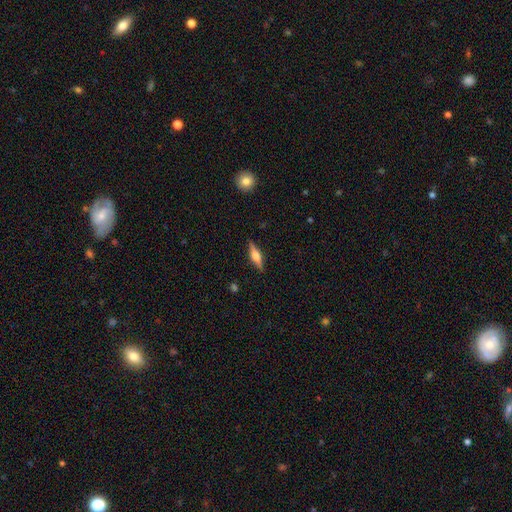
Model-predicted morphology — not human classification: Smooth or featured?
  - featured or disk: 65% *
  - smooth: 29%
  - star or artifact: 6%
Edge-on disk?
  - yes: 96% *
  - no: 4%
Edge-on bulge?
  - rounded: 90% *
  - boxy: 8%
  - none: 2%
Merging?
  - none: 89% *
  - minor disturbance: 8%
  - major disturbance: 2%
  - merger: 1%